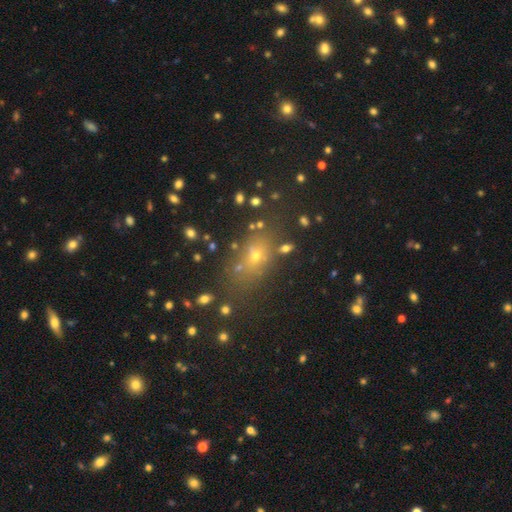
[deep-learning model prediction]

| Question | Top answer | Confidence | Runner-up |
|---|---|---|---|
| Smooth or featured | smooth | 55% | star or artifact (30%) |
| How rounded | in between | 60% | round (33%) |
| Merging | none | 70% | minor disturbance (15%) |